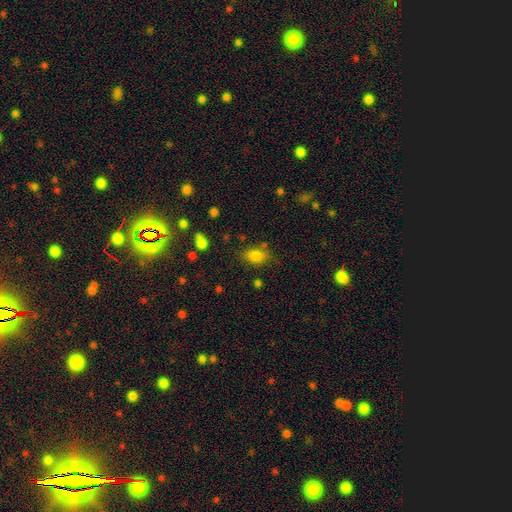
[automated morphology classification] This appears to be a smooth galaxy with no disk features (80%) that is in between round and cigar-shaped (75%). Merging: none (74%).